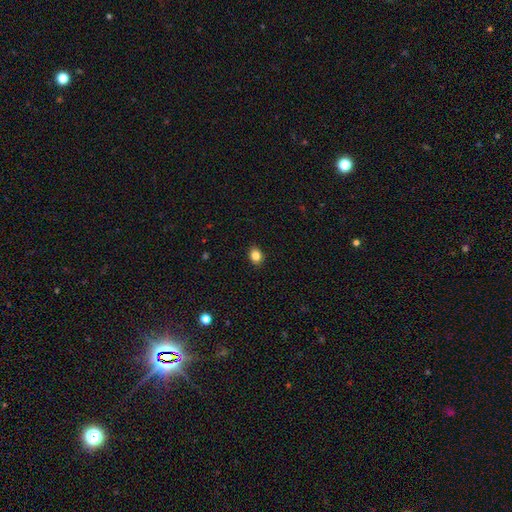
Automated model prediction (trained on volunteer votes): A smooth galaxy with no disk features (85%) that is in between round and cigar-shaped (55%). Merging: none (90%).